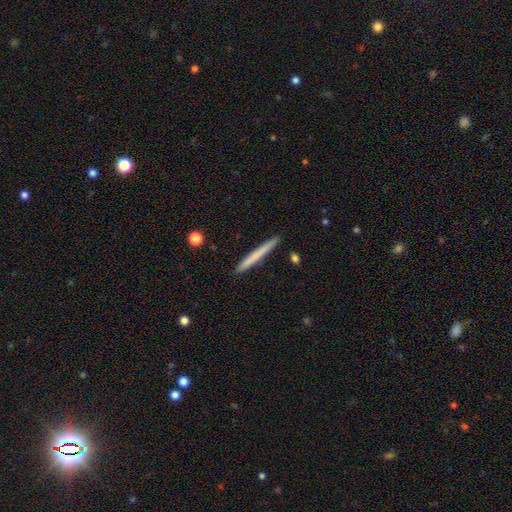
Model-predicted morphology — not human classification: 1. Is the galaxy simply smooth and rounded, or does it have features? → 67% smooth, 28% featured or disk, 5% star or artifact.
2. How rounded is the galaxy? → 97% cigar-shaped, 2% in between, 1% round.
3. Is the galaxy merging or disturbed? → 92% none, 5% minor disturbance, 1% merger, 1% major disturbance.